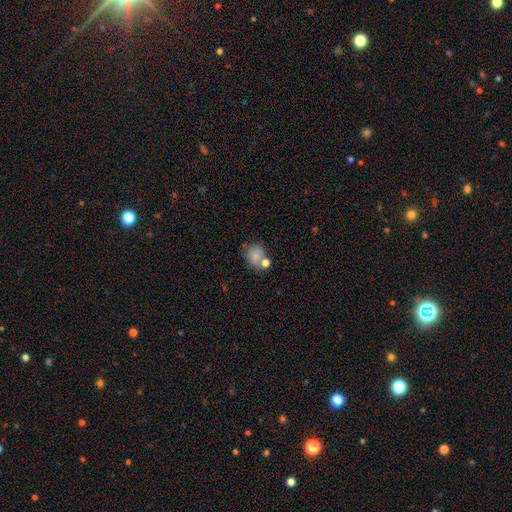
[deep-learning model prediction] smooth_or_featured: smooth (p=0.80) [alt: featured or disk p=0.11]
how_rounded: round (p=0.70) [alt: in between p=0.29]
merging: none (p=0.54) [alt: merger p=0.26]